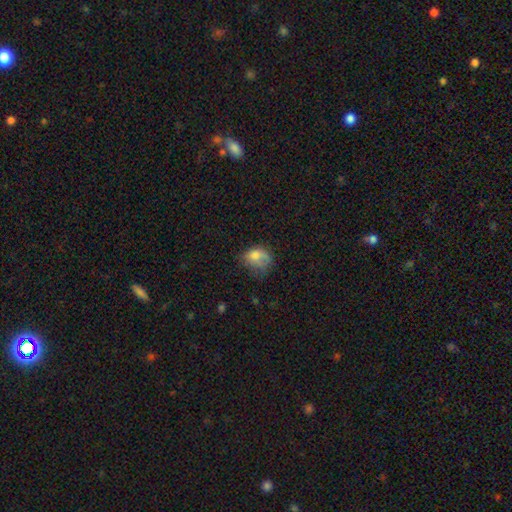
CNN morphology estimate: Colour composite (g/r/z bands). It shows a smooth galaxy with no disk features (71%) that is in between round and cigar-shaped (58%). Merging: minor disturbance (33%, tied with none).